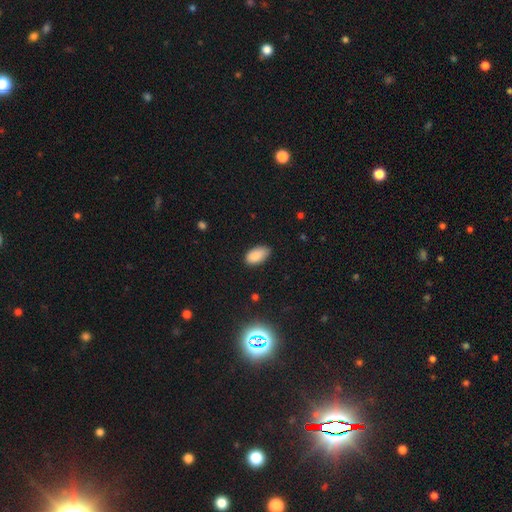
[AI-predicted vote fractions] Overall: smooth (87%). How rounded: in between (94%). Merging: none (76%).